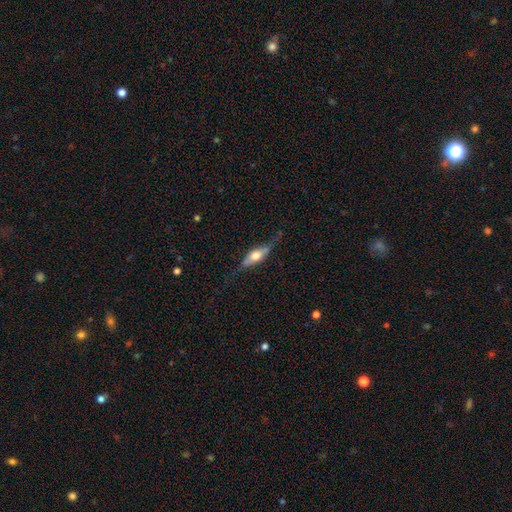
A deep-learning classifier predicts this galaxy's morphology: type=featured or disk (54%); edge-on=yes (85%); merging=none (65%).